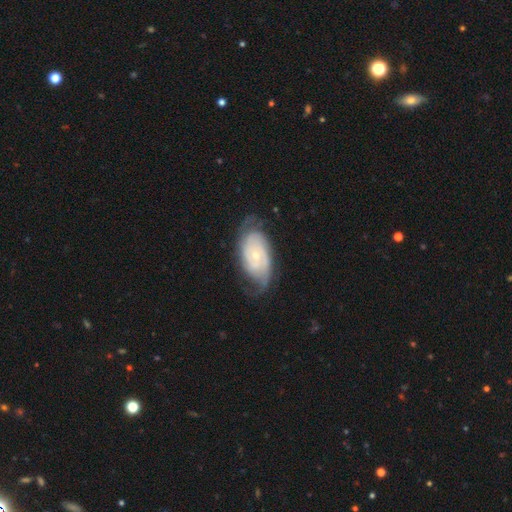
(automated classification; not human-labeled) Smooth or featured?
  - featured or disk: 82% *
  - smooth: 12%
  - star or artifact: 5%
Edge-on disk?
  - no: 95% *
  - yes: 5%
Bar?
  - no: 69% *
  - weak: 25%
  - strong: 6%
Spiral arms?
  - yes: 94% *
  - no: 6%
Spiral winding?
  - tight: 61% *
  - medium: 29%
  - loose: 10%
Spiral arm count?
  - 2: 55% *
  - can't tell: 25%
  - 3: 10%
  - 1: 4%
  - 4: 4%
  - more than 4: 3%
Bulge size?
  - small: 61% *
  - moderate: 35%
  - large: 2%
  - none: 2%
  - dominant: 1%
Merging?
  - none: 67% *
  - minor disturbance: 21%
  - major disturbance: 11%
  - merger: 1%